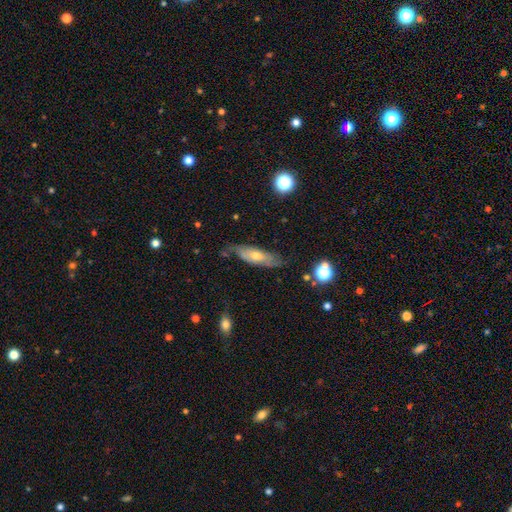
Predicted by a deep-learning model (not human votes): This is possibly a featured or disk galaxy (53%). It is possibly not viewed edge-on (60%). Merging: likely none (70%).